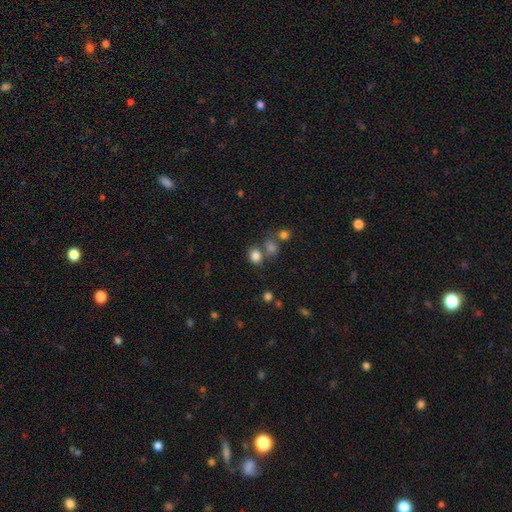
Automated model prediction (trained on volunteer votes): A smooth galaxy with no disk features (80%) that is round (69%).

Vote fractions:
- Smooth or featured? smooth: 80% / star or artifact: 14% / featured or disk: 6%
- How rounded? round: 69% / in between: 30% / cigar-shaped: 1%
- Merging? none: 64% / merger: 20% / minor disturbance: 11% / major disturbance: 5%